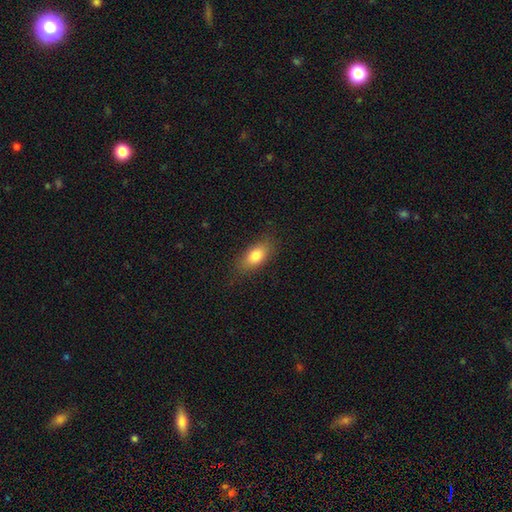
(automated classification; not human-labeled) This appears to be a smooth galaxy with no disk features (81%) that is in between round and cigar-shaped (86%). Merging: none (82%).